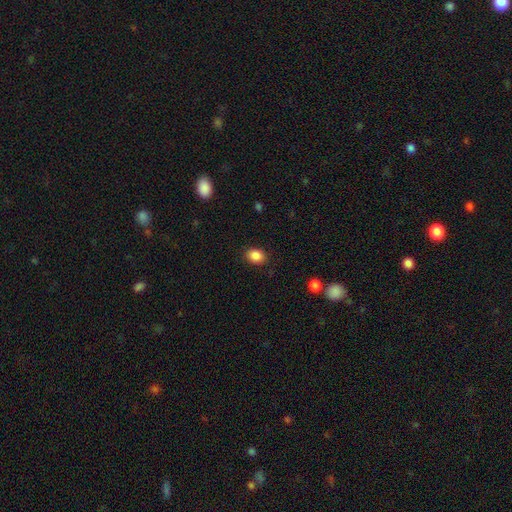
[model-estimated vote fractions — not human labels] This is clearly a smooth galaxy (88%). How rounded: likely in between (68%). Merging: clearly none (87%).